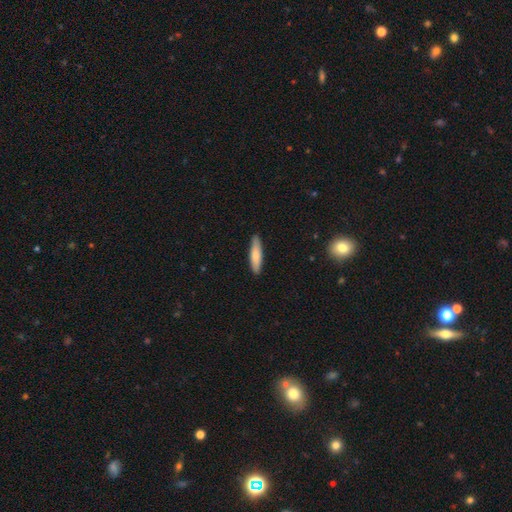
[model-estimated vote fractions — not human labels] A smooth galaxy with no disk features (72%) that is cigar-shaped (75%). Merging: none (89%).